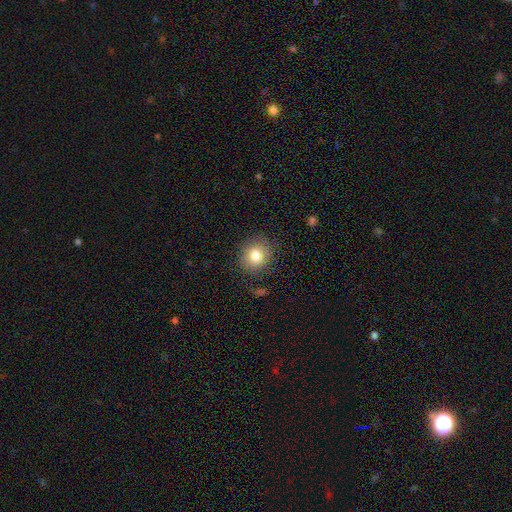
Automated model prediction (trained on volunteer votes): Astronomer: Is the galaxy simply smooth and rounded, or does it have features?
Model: smooth — 81%.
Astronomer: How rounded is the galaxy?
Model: round — 80%.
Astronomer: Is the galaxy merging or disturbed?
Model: none — 82%.